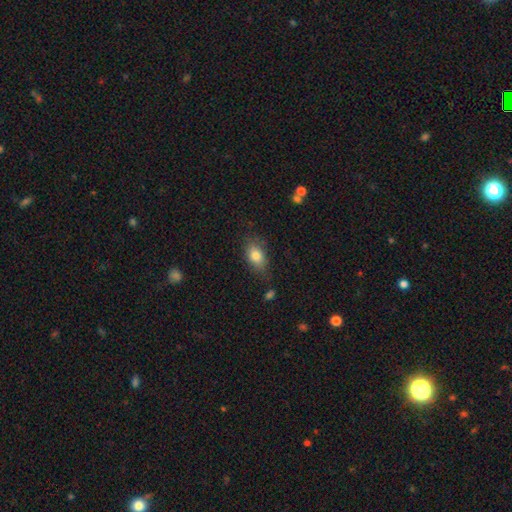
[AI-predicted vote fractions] This is clearly a smooth galaxy (81%). How rounded: clearly in between (85%). Merging: likely none (75%).